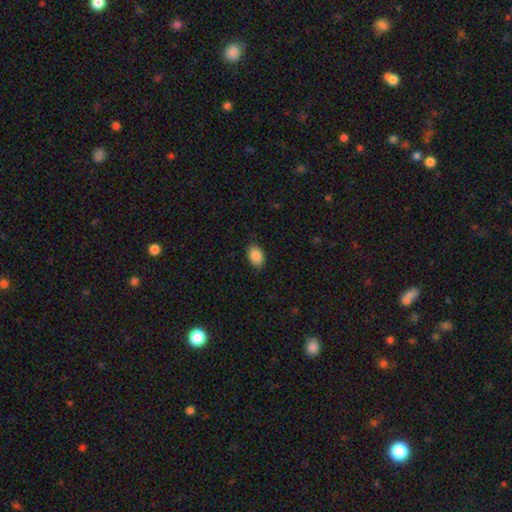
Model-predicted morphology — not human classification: A smooth galaxy with no disk features (88%) that is in between round and cigar-shaped (86%). Merging: none (84%).